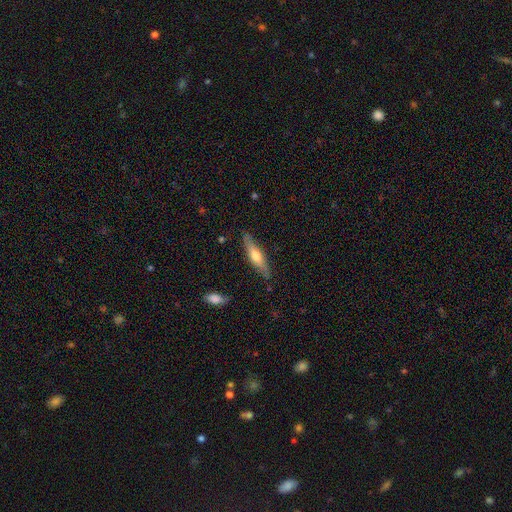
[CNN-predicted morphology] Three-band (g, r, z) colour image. It shows a smooth galaxy with no disk features (52%) that is cigar-shaped (73%). Merging: none (82%).